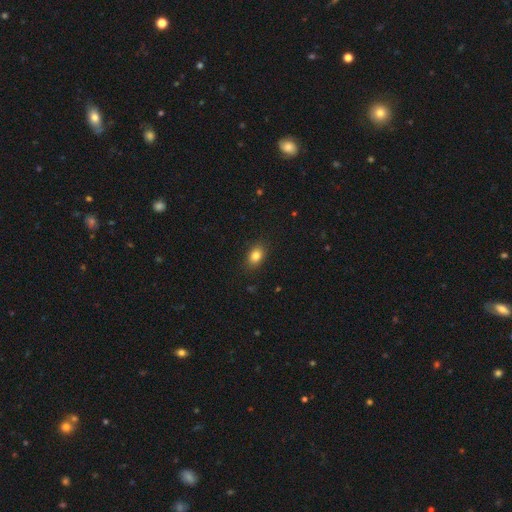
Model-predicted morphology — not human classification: Smooth or featured? Predicted: smooth (p=0.84). How rounded? Predicted: in between (p=0.80). Merging? Predicted: none (p=0.87).